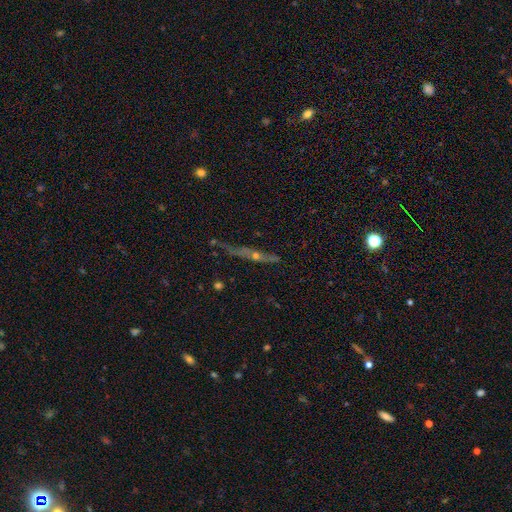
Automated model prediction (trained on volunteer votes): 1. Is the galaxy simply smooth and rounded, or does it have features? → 57% featured or disk, 24% star or artifact, 19% smooth.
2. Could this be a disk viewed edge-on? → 86% yes, 14% no.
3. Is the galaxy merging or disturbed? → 77% none, 12% minor disturbance, 6% major disturbance, 4% merger.